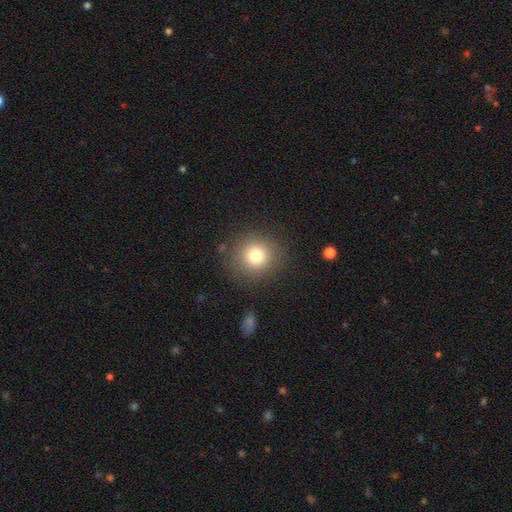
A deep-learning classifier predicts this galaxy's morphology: The model was most divided on "smooth or featured": smooth: 78%, star or artifact: 12%, featured or disk: 9%. More confident: how rounded — round (91%); merging — none (86%).